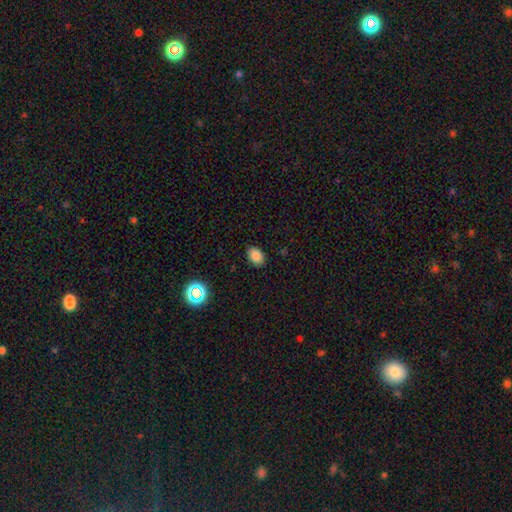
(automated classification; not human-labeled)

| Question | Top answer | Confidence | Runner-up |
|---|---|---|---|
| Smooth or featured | smooth | 84% | star or artifact (11%) |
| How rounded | in between | 84% | round (15%) |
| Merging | none | 88% | minor disturbance (9%) |